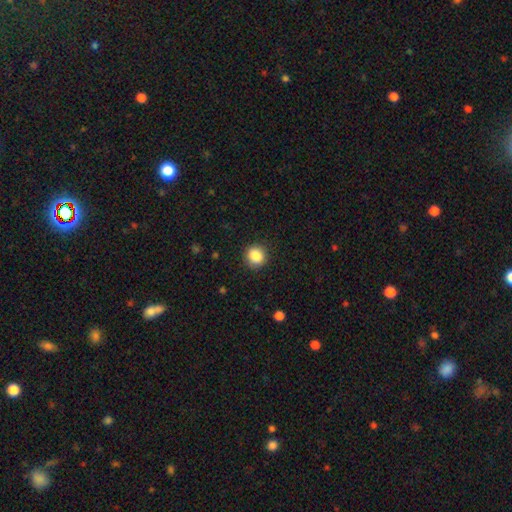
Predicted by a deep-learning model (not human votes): smooth_or_featured: smooth (p=0.87) [alt: star or artifact p=0.09]
how_rounded: round (p=0.86) [alt: in between p=0.13]
merging: none (p=0.89) [alt: minor disturbance p=0.08]